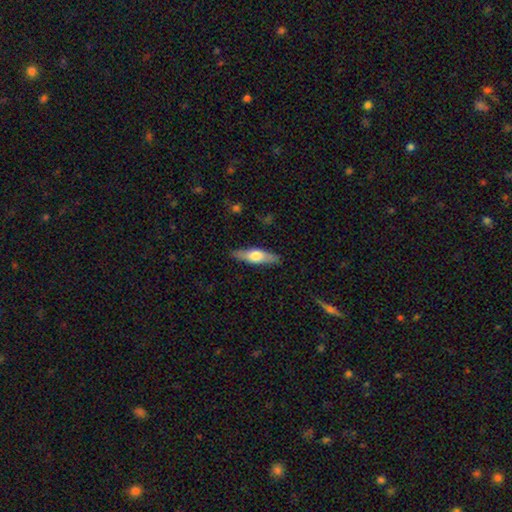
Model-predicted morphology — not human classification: A smooth galaxy with no disk features (54%) that is cigar-shaped (59%).

Vote fractions:
- Smooth or featured? smooth: 54% / featured or disk: 41% / star or artifact: 5%
- How rounded? cigar-shaped: 59% / in between: 39% / round: 2%
- Merging? none: 87% / minor disturbance: 10% / major disturbance: 2% / merger: 1%